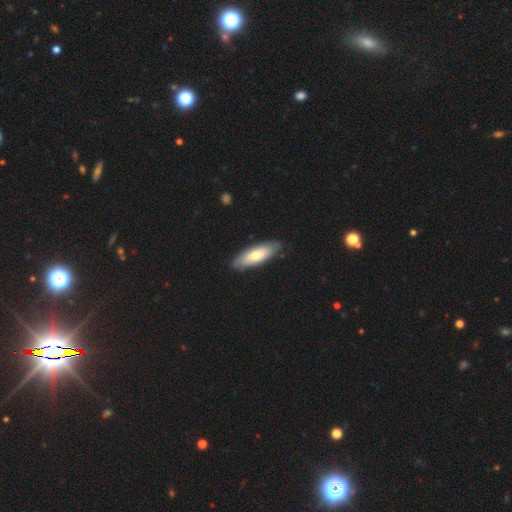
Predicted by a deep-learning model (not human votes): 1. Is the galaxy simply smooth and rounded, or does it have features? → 62% smooth, 33% featured or disk, 5% star or artifact.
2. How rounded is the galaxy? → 69% in between, 29% cigar-shaped, 2% round.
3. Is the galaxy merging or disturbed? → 85% none, 12% minor disturbance, 2% major disturbance, 1% merger.